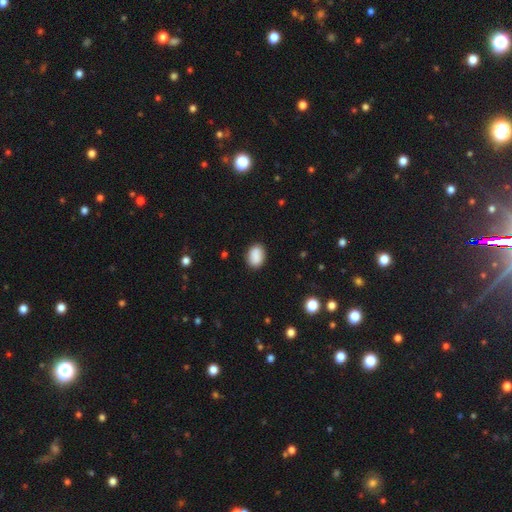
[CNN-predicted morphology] A smooth galaxy with no disk features (88%) that is in between round and cigar-shaped (76%).

Vote fractions:
- Smooth or featured? smooth: 88% / star or artifact: 8% / featured or disk: 5%
- How rounded? in between: 76% / round: 23% / cigar-shaped: 1%
- Merging? none: 85% / minor disturbance: 11% / major disturbance: 2% / merger: 2%